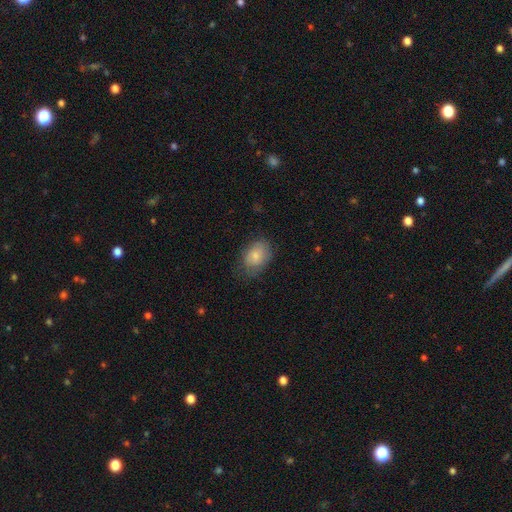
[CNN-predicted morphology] A smooth galaxy with no disk features (78%) that is in between round and cigar-shaped (71%). Merging: none (66%).